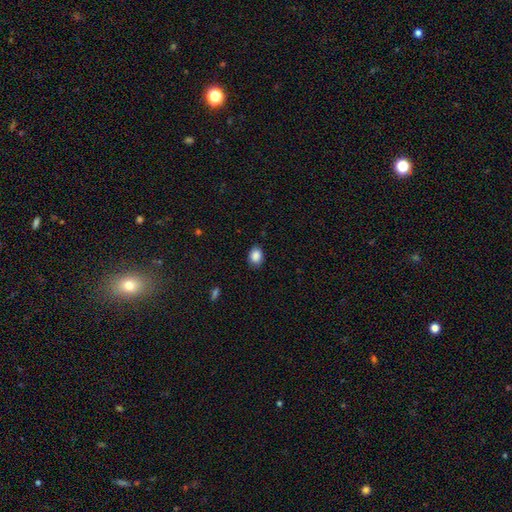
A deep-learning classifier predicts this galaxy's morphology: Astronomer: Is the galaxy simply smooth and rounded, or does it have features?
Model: smooth — 88%.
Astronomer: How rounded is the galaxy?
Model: in between — 64%.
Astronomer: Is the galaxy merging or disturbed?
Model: none — 84%.